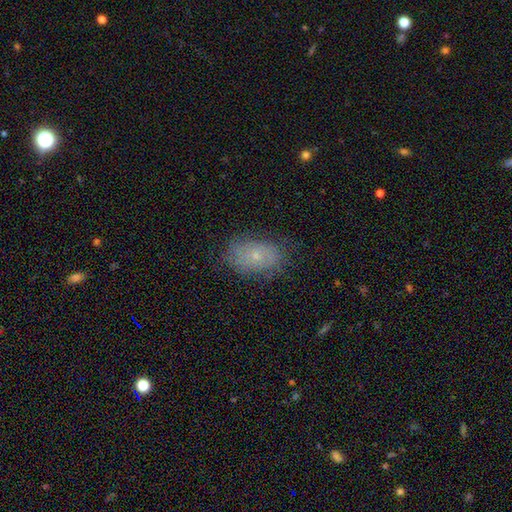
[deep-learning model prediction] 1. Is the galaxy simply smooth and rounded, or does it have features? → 54% smooth, 35% featured or disk, 11% star or artifact.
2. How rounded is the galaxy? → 86% in between, 12% round, 2% cigar-shaped.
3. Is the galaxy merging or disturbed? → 75% none, 18% minor disturbance, 6% major disturbance, 1% merger.